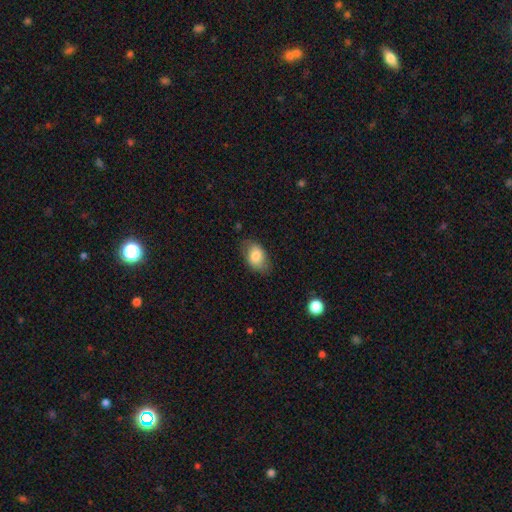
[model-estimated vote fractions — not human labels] A smooth galaxy with no disk features (79%) that is in between round and cigar-shaped (86%).

Vote fractions:
- Smooth or featured? smooth: 79% / featured or disk: 14% / star or artifact: 7%
- How rounded? in between: 86% / round: 13% / cigar-shaped: 1%
- Merging? none: 73% / minor disturbance: 21% / major disturbance: 5% / merger: 1%